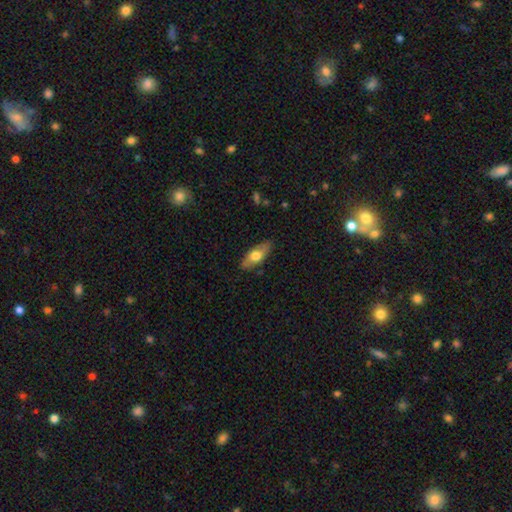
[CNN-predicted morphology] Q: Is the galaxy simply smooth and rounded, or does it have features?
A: smooth — 63%.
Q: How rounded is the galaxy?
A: in between — 78%.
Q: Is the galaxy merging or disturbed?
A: none — 83%.